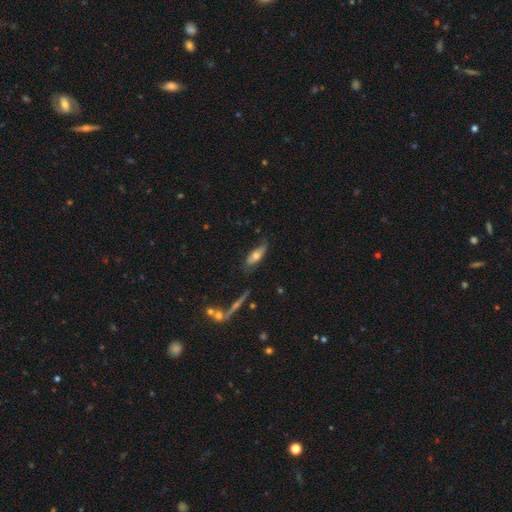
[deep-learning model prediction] A smooth galaxy with no disk features (59%) that is in between round and cigar-shaped (64%).

Vote fractions:
- Smooth or featured? smooth: 59% / featured or disk: 34% / star or artifact: 7%
- How rounded? in between: 64% / cigar-shaped: 34% / round: 3%
- Merging? none: 60% / minor disturbance: 29% / major disturbance: 8% / merger: 4%